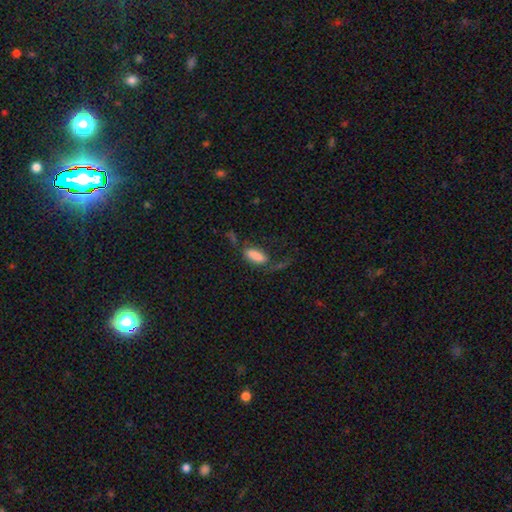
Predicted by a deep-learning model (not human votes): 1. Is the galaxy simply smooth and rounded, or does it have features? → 81% smooth, 11% featured or disk, 8% star or artifact.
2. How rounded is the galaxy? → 83% in between, 14% cigar-shaped, 3% round.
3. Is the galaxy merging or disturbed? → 36% major disturbance (tied), 36% none (tied), 20% minor disturbance, 8% merger.